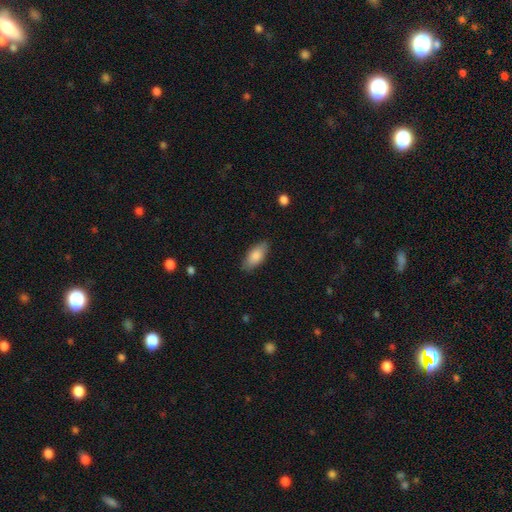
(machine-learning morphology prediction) The model was most divided on "merging": none: 84%, minor disturbance: 12%, major disturbance: 3%, merger: 1%. More confident: how rounded — in between (86%); smooth or featured — smooth (84%).